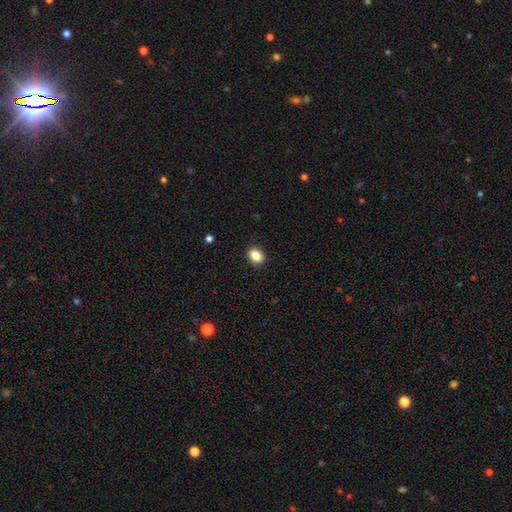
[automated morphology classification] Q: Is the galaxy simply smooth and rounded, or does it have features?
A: smooth — 87%.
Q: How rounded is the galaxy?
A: in between — 68%.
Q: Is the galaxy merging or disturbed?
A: none — 90%.